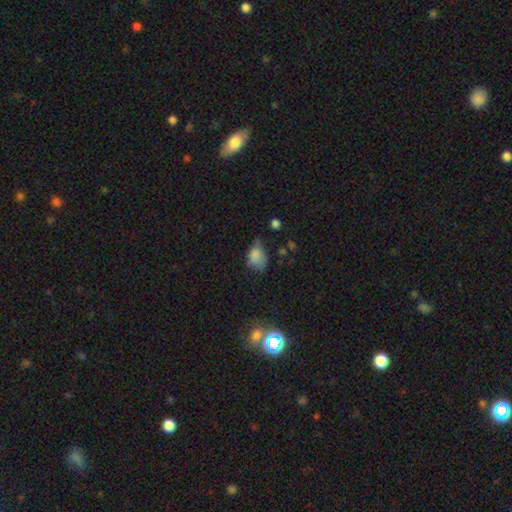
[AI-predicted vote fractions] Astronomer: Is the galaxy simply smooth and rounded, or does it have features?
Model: smooth — 74%.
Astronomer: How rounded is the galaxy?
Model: in between — 81%.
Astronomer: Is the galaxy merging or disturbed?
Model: minor disturbance — 42% (runner-up: none, 33%).